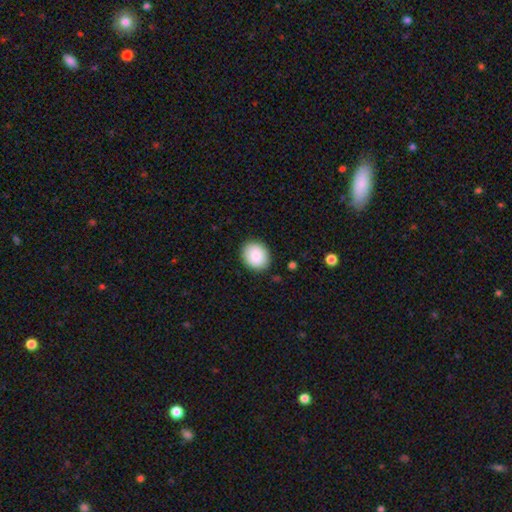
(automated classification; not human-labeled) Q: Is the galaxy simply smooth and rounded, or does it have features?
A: smooth — 89%.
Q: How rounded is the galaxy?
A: round — 59%.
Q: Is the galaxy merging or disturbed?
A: none — 88%.